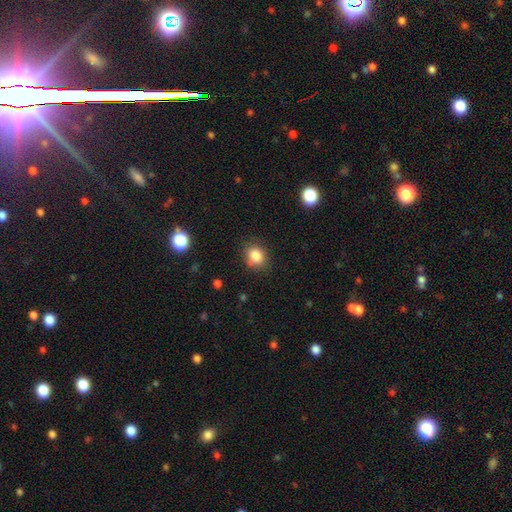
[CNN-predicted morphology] smooth-or-featured: smooth: 84% | star or artifact: 11% | featured or disk: 5%
  how-rounded: round: 72% | in between: 27% | cigar-shaped: 1%
  merging: none: 80% | minor disturbance: 14% | major disturbance: 3% | merger: 3%